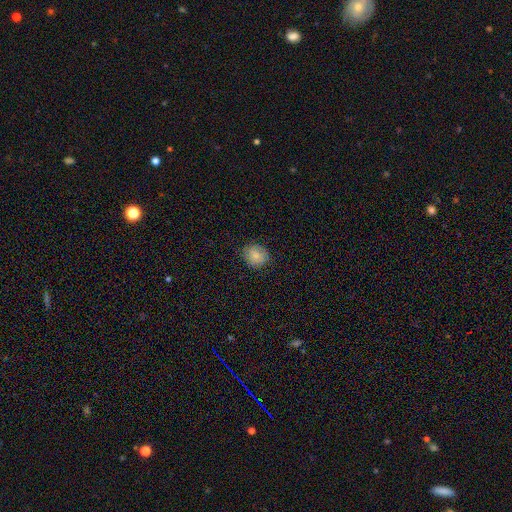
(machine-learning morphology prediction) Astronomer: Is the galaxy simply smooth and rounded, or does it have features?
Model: smooth — 82%.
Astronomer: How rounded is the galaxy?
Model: round — 74%.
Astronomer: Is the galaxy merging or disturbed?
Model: none — 80%.